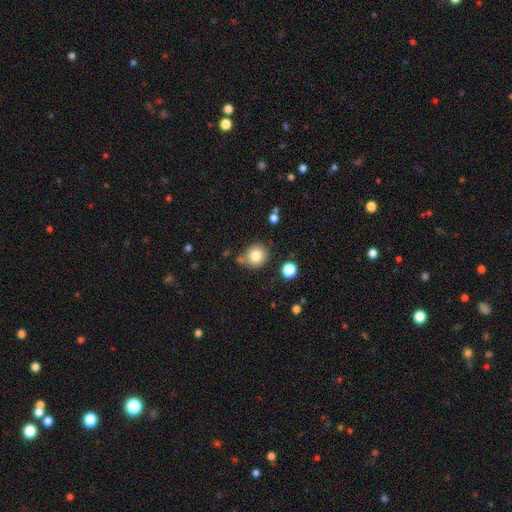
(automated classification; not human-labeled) Overall: smooth (80%). How rounded: round (88%). Merging: none (74%).